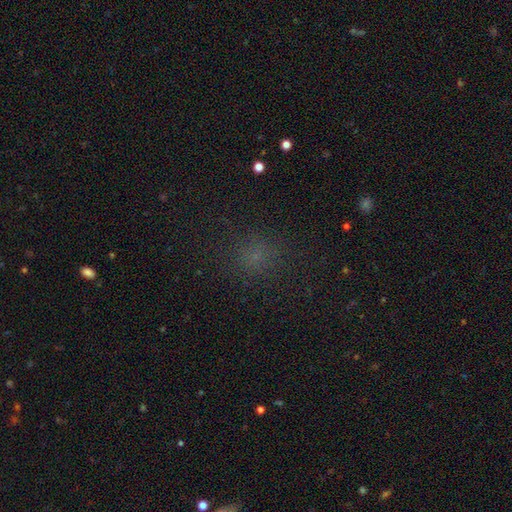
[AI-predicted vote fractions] smooth-or-featured: smooth: 61% | star or artifact: 32% | featured or disk: 7%
  how-rounded: round: 79% | in between: 20% | cigar-shaped: 2%
  merging: none: 82% | minor disturbance: 11% | major disturbance: 6% | merger: 1%